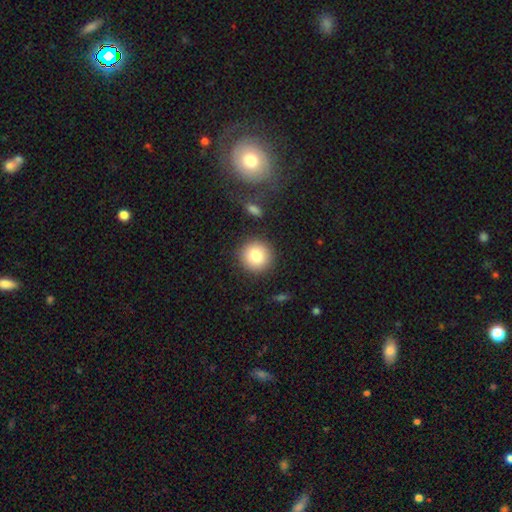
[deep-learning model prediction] smooth_or_featured: smooth (p=0.81) [alt: featured or disk p=0.10]
how_rounded: round (p=0.93) [alt: in between p=0.06]
merging: none (p=0.88) [alt: minor disturbance p=0.07]